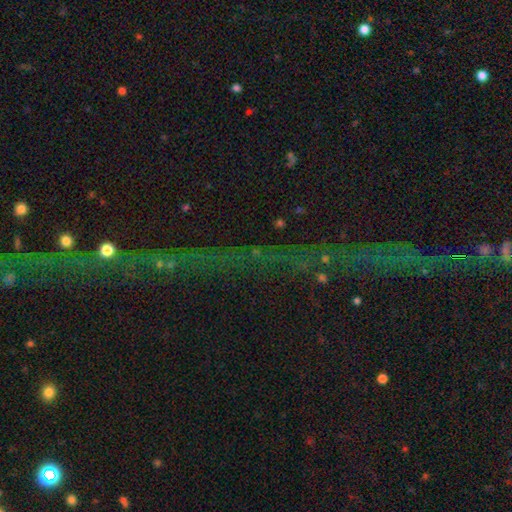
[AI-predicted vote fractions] Smooth or featured?
  - star or artifact: 74% *
  - featured or disk: 16%
  - smooth: 9%